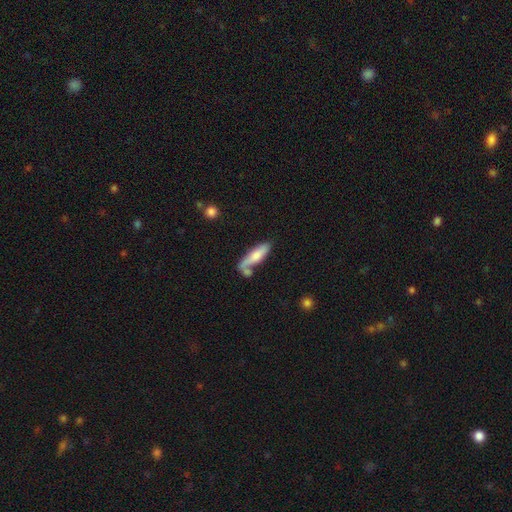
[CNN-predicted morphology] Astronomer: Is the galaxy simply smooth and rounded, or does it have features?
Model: smooth — 66%.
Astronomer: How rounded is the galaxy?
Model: cigar-shaped — 59% (runner-up: in between, 39%).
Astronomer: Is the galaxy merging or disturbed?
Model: none — 46% (runner-up: merger, 27%).